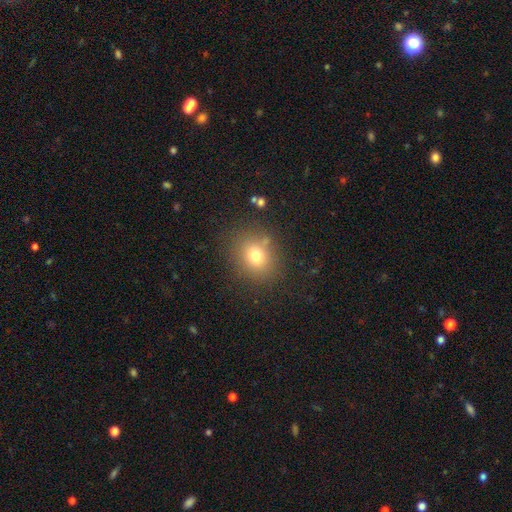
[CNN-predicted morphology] This is likely a smooth galaxy (74%). How rounded: likely round (67%). Merging: clearly none (82%).